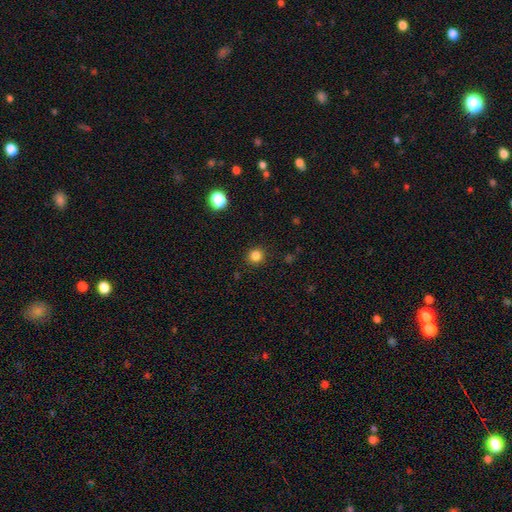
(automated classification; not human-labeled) Smooth or featured?
  - smooth: 83% *
  - star or artifact: 13%
  - featured or disk: 4%
How rounded?
  - round: 91% *
  - in between: 8%
  - cigar-shaped: 1%
Merging?
  - none: 91% *
  - minor disturbance: 6%
  - major disturbance: 2%
  - merger: 1%